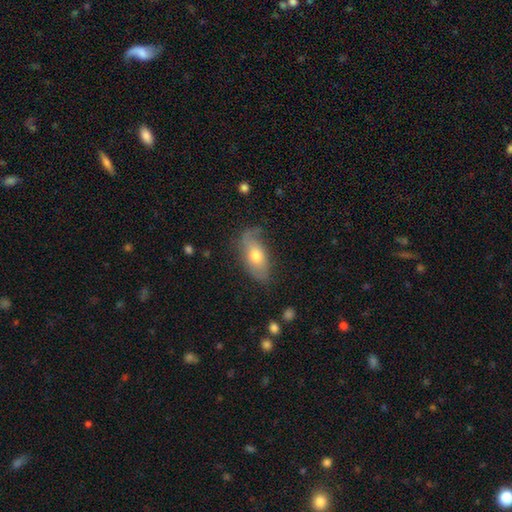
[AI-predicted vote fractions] smooth_or_featured: smooth (p=0.56) [alt: featured or disk p=0.37]
how_rounded: in between (p=0.86) [alt: cigar-shaped p=0.09]
merging: none (p=0.61) [alt: minor disturbance p=0.27]